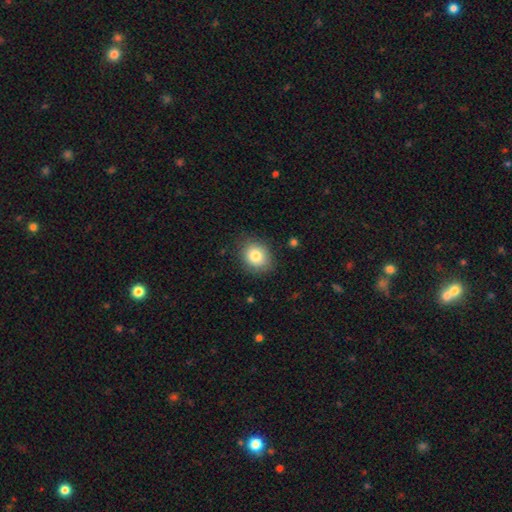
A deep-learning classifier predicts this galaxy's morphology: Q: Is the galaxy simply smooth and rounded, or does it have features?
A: smooth — 82%.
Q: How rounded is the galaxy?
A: round — 61%.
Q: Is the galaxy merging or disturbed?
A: none — 84%.